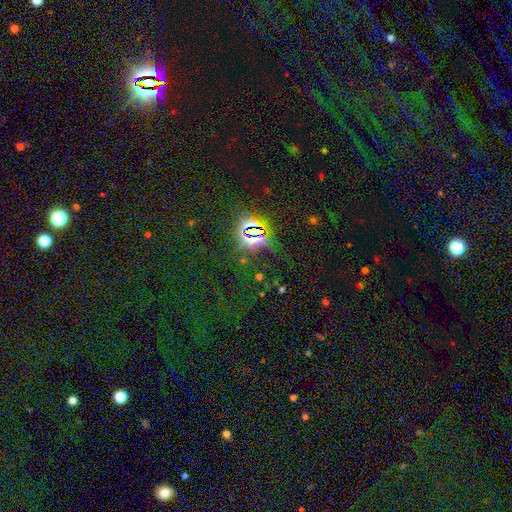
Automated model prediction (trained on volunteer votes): A star or artifact, not a galaxy (80%).

Vote fractions:
- Smooth or featured? star or artifact: 80% / smooth: 12% / featured or disk: 8%